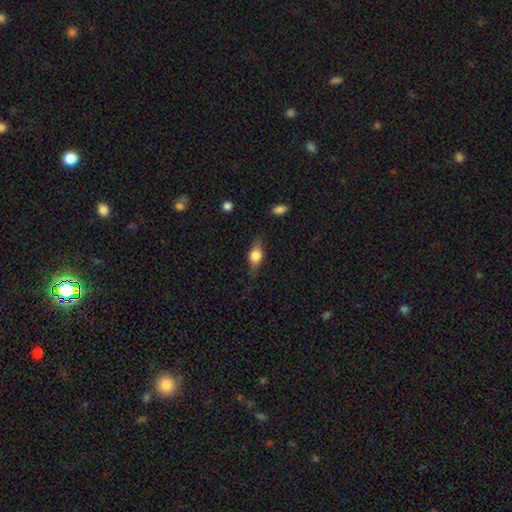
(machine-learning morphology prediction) Q: Smooth or featured?
A: smooth (59%); runner-up: featured or disk (33%)
Q: How rounded?
A: in between (71%); runner-up: cigar-shaped (17%)
Q: Merging?
A: none (74%); runner-up: minor disturbance (19%)